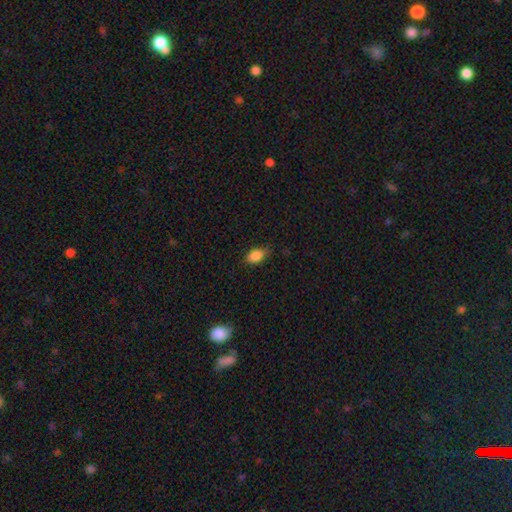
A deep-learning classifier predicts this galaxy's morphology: type=smooth (83%); roundness=in between (82%); merging=none (73%).